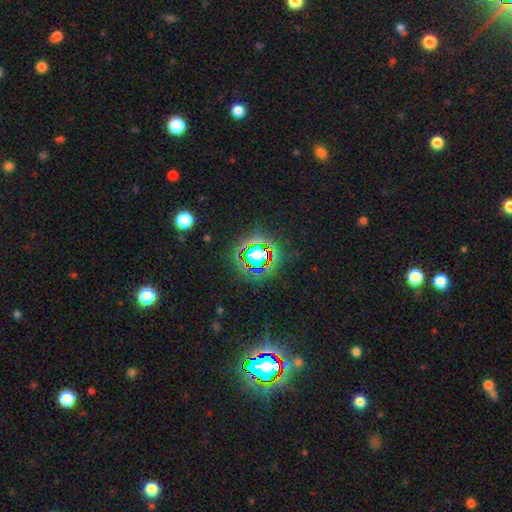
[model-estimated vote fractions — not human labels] star or artifact 63%, smooth 24%, featured or disk 12%.